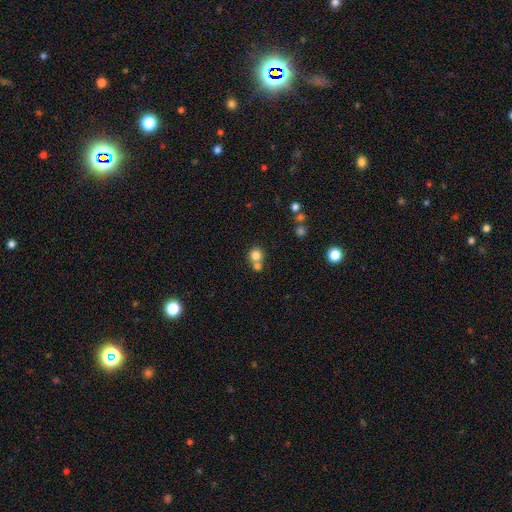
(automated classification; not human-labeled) This appears to be a smooth galaxy with no disk features (78%) that is round (89%). Merging: none (51%).